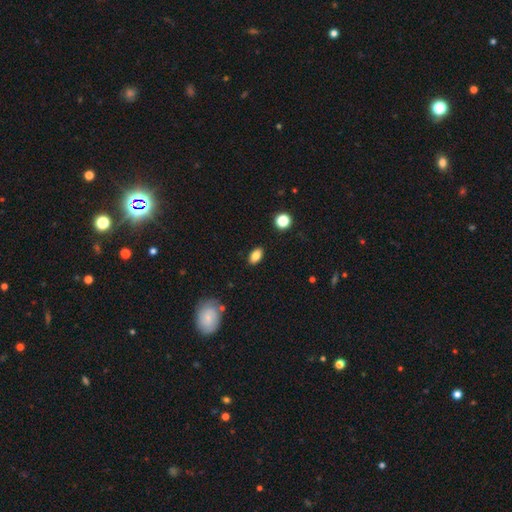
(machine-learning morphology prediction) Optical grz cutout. It shows a smooth galaxy with no disk features (83%) that is in between round and cigar-shaped (89%). Merging: none (88%).